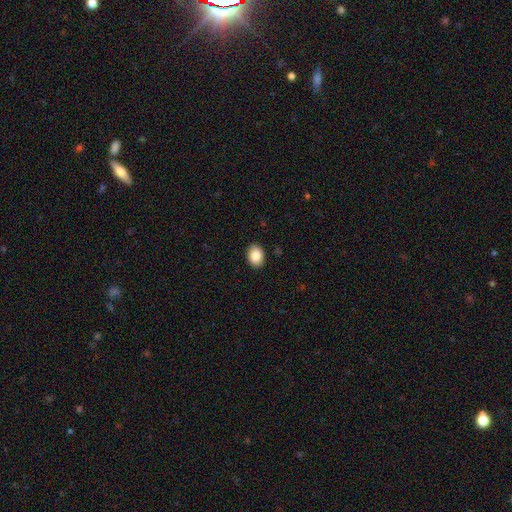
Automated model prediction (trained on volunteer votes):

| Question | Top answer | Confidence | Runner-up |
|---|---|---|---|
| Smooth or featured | smooth | 88% | star or artifact (7%) |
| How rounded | in between | 70% | round (29%) |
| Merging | none | 90% | minor disturbance (7%) |